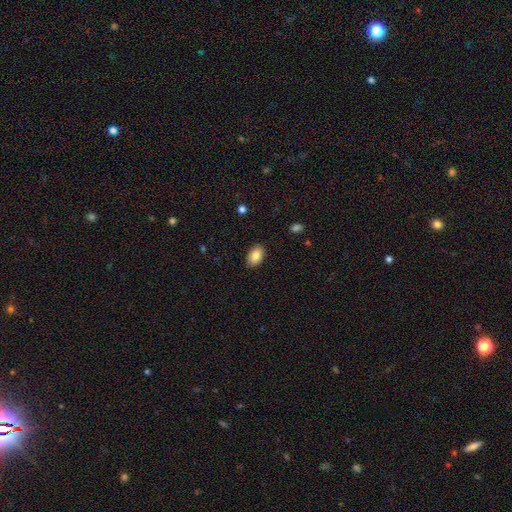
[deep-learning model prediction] A smooth galaxy with no disk features (84%) that is in between round and cigar-shaped (89%). Merging: none (87%).